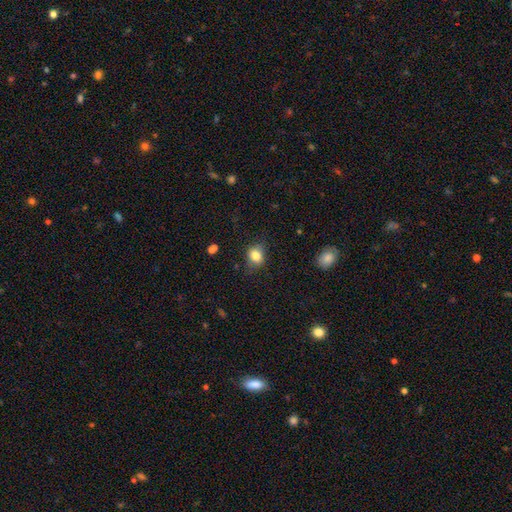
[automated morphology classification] The model was most divided on "how rounded": round: 51%, in between: 48%, cigar-shaped: 1%. More confident: smooth or featured — smooth (80%); merging — none (76%).